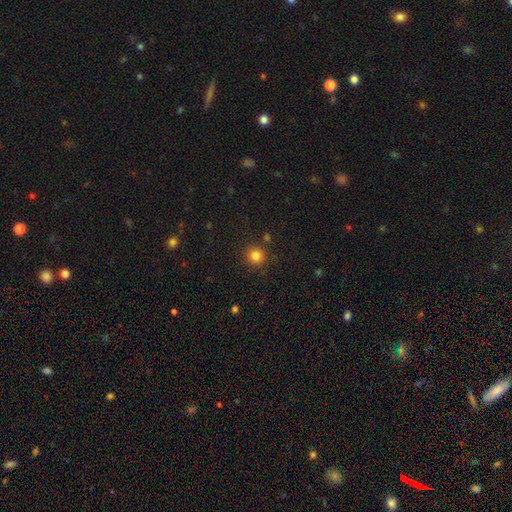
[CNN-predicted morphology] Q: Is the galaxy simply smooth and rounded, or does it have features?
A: smooth — 83%.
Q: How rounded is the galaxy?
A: round — 92%.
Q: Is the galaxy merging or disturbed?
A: none — 87%.